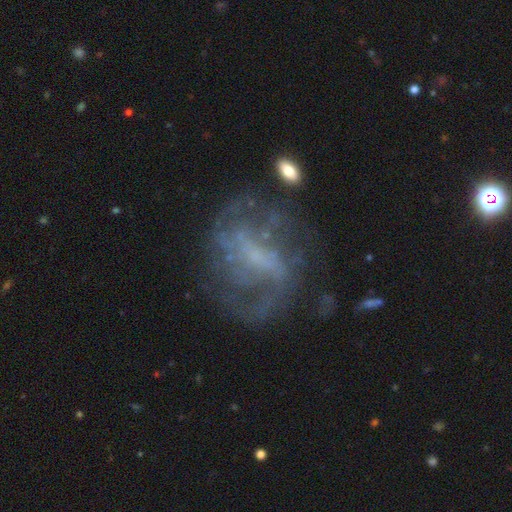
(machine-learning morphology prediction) Smooth or featured: featured or disk — 77% (star or artifact — 12%)
Edge-on disk: no — 97% (yes — 3%)
Bar: weak — 44% (no — 32%)
Spiral arms: yes — 76% (no — 24%)
Spiral winding: medium — 39% (tied with loose — 39%)
Spiral arm count: 2 — 38% (can't tell — 36%)
Bulge size: none — 44% (small — 40%)
Merging: none — 58% (major disturbance — 22%)